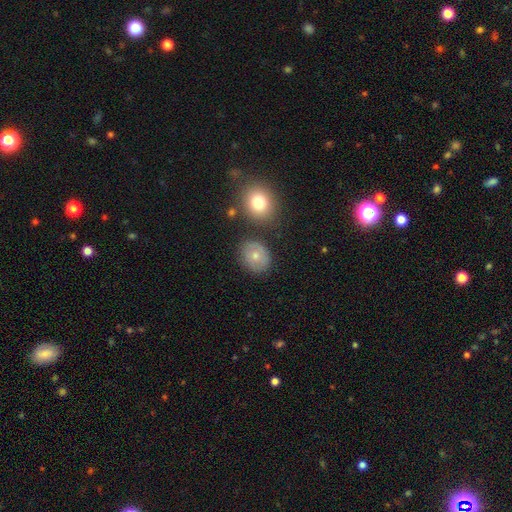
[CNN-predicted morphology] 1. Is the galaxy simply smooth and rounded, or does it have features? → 68% smooth, 23% featured or disk, 10% star or artifact.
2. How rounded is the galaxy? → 61% round, 38% in between, 1% cigar-shaped.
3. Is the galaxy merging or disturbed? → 72% none, 17% minor disturbance, 5% merger, 5% major disturbance.